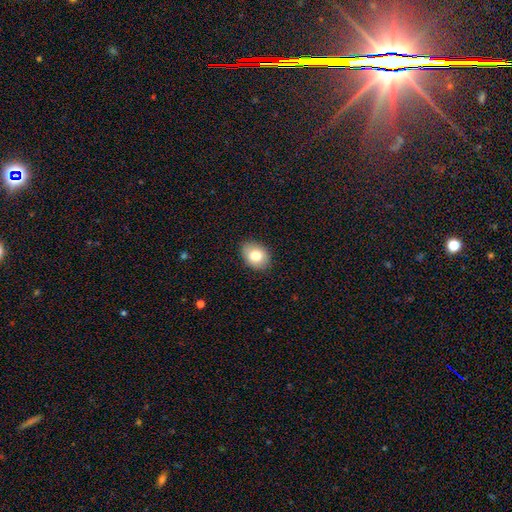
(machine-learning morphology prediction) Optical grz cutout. It shows a smooth galaxy with no disk features (81%) that is in between round and cigar-shaped (71%). Merging: none (86%).